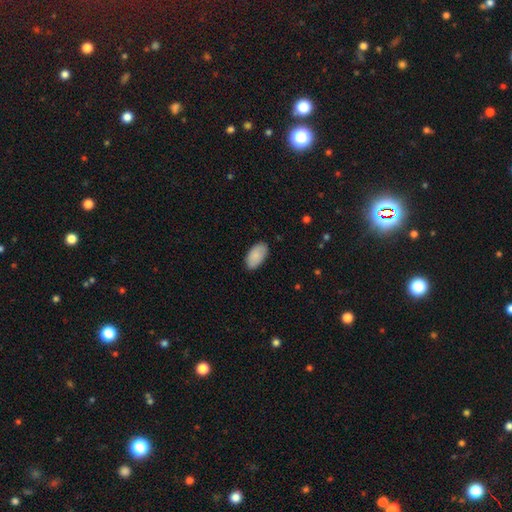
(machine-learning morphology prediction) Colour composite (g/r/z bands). It shows a smooth galaxy with no disk features (87%) that is in between round and cigar-shaped (96%). Merging: none (86%).